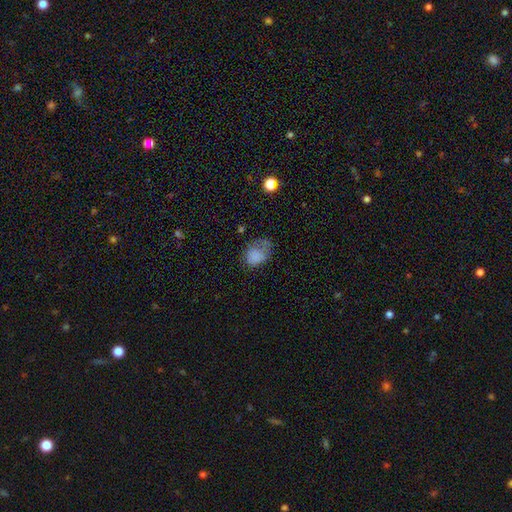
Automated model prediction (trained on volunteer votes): A smooth galaxy with no disk features (77%) that is in between round and cigar-shaped (66%). Merging: none (36%).